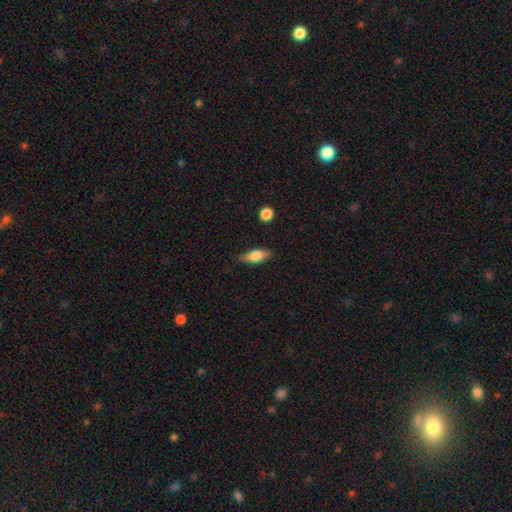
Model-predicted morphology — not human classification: smooth_or_featured: smooth (p=0.70) [alt: featured or disk p=0.23]
how_rounded: in between (p=0.72) [alt: cigar-shaped p=0.24]
merging: none (p=0.83) [alt: minor disturbance p=0.12]